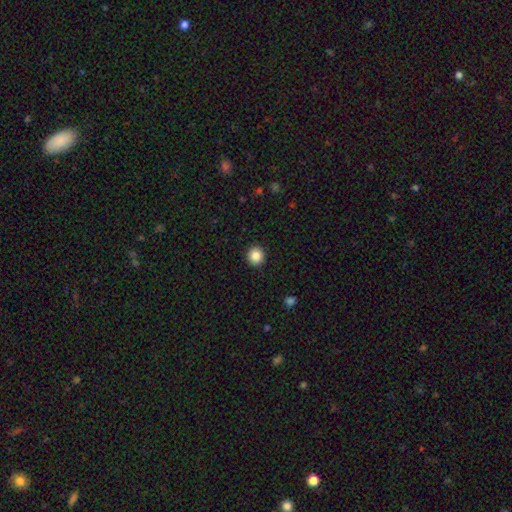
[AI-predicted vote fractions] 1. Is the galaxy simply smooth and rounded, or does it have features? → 86% smooth, 10% star or artifact, 4% featured or disk.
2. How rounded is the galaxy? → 92% round, 7% in between, 1% cigar-shaped.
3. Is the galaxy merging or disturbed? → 93% none, 5% minor disturbance, 2% major disturbance, 1% merger.